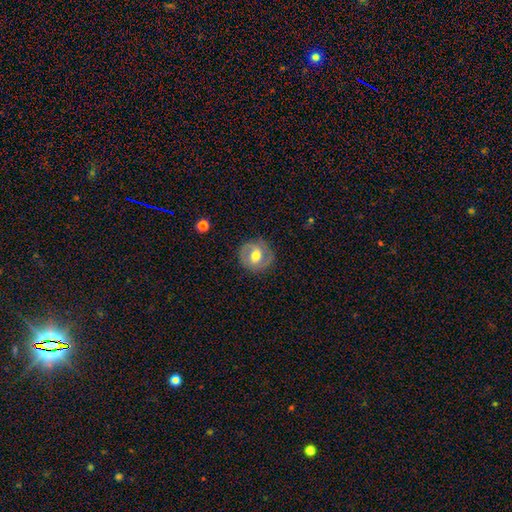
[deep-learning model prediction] Morphology: type=featured or disk (58%); edge-on=no (96%); bar=weak (47%); spiral arms=yes (71%); bulge=moderate (74%); merging=none (83%).